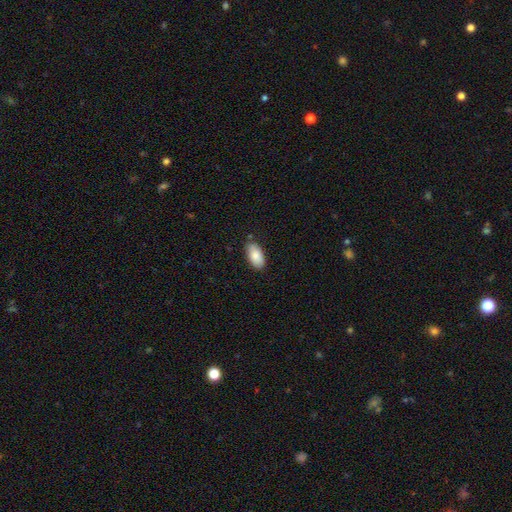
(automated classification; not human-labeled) Smooth or featured: smooth — 86% (featured or disk — 8%)
How rounded: in between — 94% (cigar-shaped — 3%)
Merging: none — 82% (minor disturbance — 14%)